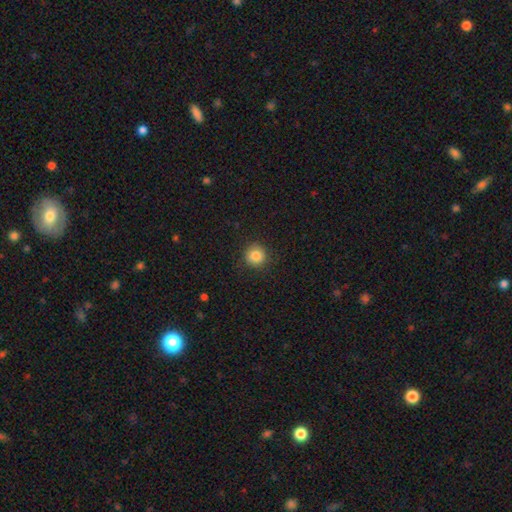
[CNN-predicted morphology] smooth 85%, star or artifact 10%, featured or disk 5%. Down the decision tree: how rounded — round (93%); merging — none (89%).